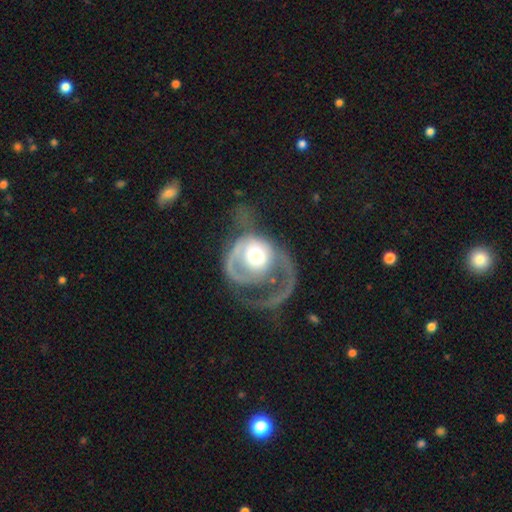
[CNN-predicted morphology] Smooth or featured: featured or disk — 67% (smooth — 27%)
Edge-on disk: no — 96% (yes — 4%)
Bar: no — 79% (weak — 16%)
Spiral arms: yes — 64% (no — 36%)
Bulge size: moderate — 56% (large — 30%)
Merging: major disturbance — 63% (none — 20%)